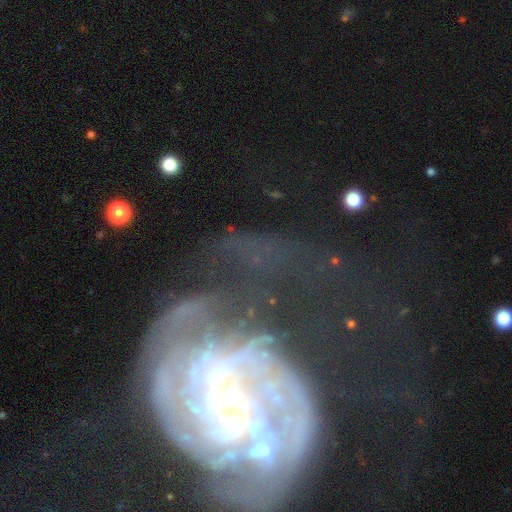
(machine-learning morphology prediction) A featured or disk galaxy (83%) with no bar (66%), tight (57%) spiral arms (91%) and a small central bulge (77%).

Vote fractions:
- Smooth or featured? featured or disk: 83% / star or artifact: 9% / smooth: 7%
- Edge-on disk? no: 97% / yes: 3%
- Bar? no: 66% / weak: 24% / strong: 10%
- Spiral arms? yes: 91% / no: 9%
- Spiral winding? tight: 57% / medium: 30% / loose: 13%
- Spiral arm count? can't tell: 34% / 2: 28% / 3: 13% / 4: 9% / more than 4: 8% / 1: 8%
- Bulge size? small: 77% / moderate: 14% / none: 5% / large: 2% / dominant: 1%
- Merging? major disturbance: 37% / none: 34% / minor disturbance: 17% / merger: 12%